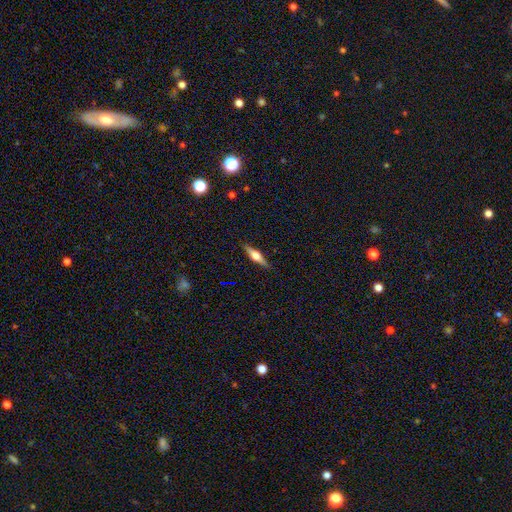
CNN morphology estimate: The model was most divided on "smooth or featured": featured or disk: 63%, smooth: 31%, star or artifact: 6%. More confident: edge-on disk — yes (97%); edge-on bulge — rounded (92%); merging — none (90%).